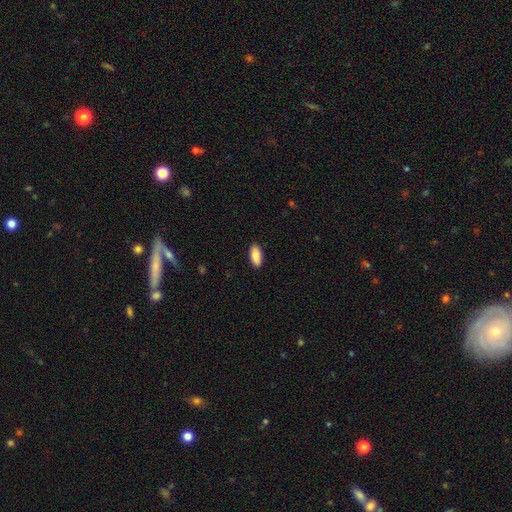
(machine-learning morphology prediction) Smooth or featured: smooth — 87% (featured or disk — 7%)
How rounded: in between — 87% (cigar-shaped — 12%)
Merging: none — 90% (minor disturbance — 8%)